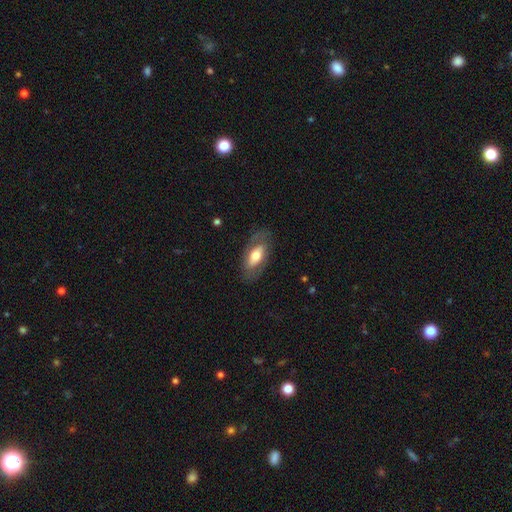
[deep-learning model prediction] Morphology: type=smooth (51%); roundness=in between (86%); merging=none (77%).